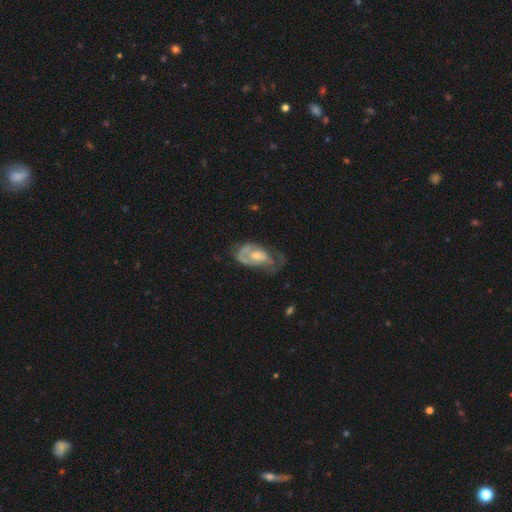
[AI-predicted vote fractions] A featured or disk galaxy (68%) with no bar (69%), spiral arms (74%) and a moderate central bulge (50%). Merging: none (37%).